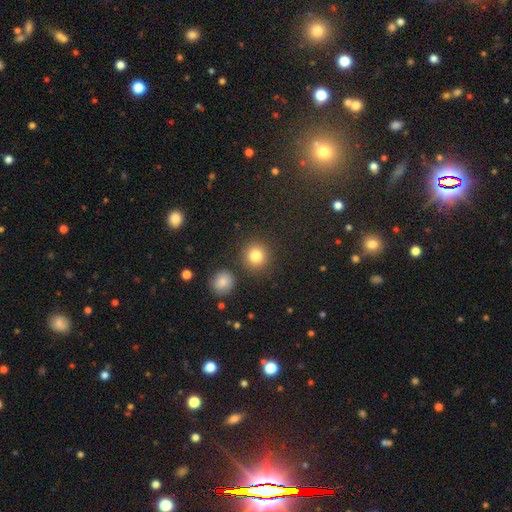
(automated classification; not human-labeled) A smooth galaxy with no disk features (83%) that is round (91%).

Vote fractions:
- Smooth or featured? smooth: 83% / star or artifact: 11% / featured or disk: 6%
- How rounded? round: 91% / in between: 8% / cigar-shaped: 1%
- Merging? none: 86% / minor disturbance: 7% / merger: 4% / major disturbance: 3%